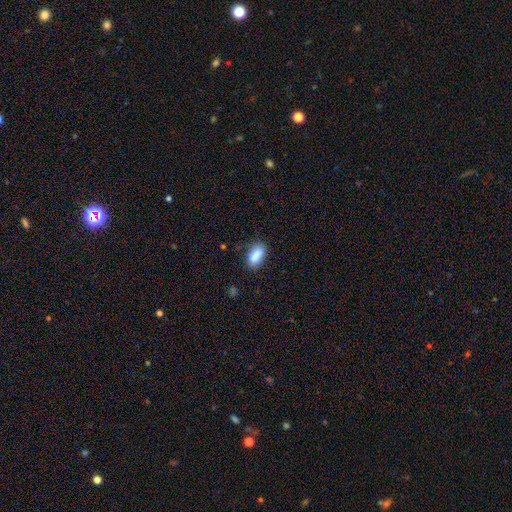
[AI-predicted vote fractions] Smooth or featured? smooth (87%)
How rounded? in between (89%)
Merging? none (75%)